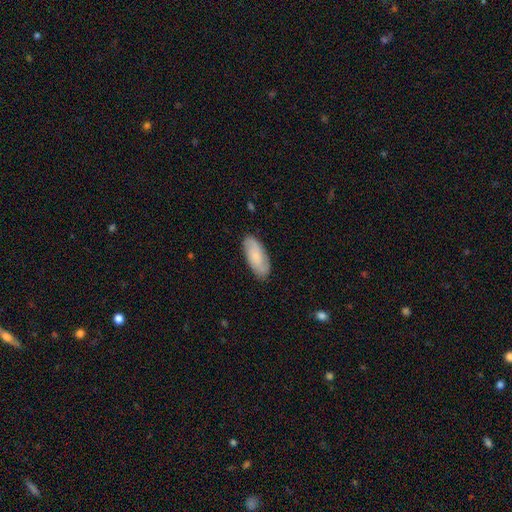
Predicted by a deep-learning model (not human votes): smooth 59%, featured or disk 34%, star or artifact 7%. Down the decision tree: how rounded — in between (84%); merging — none (85%).